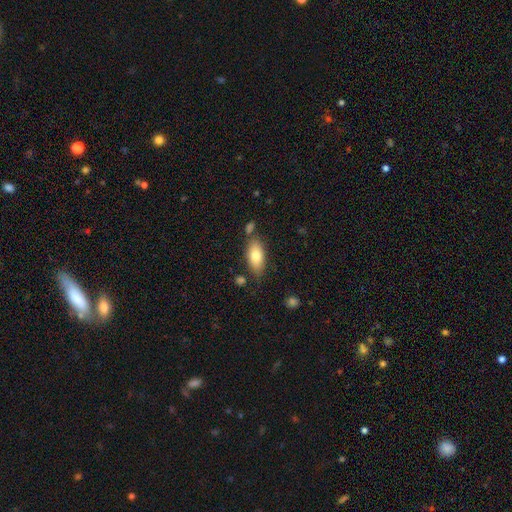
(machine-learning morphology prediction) Smooth or featured? Predicted: smooth (p=0.77). How rounded? Predicted: in between (p=0.88). Merging? Predicted: none (p=0.71).